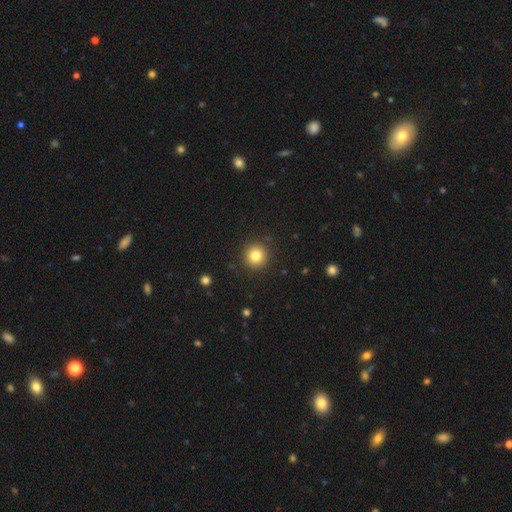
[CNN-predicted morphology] smooth 82%, star or artifact 11%, featured or disk 7%. Down the decision tree: how rounded — round (95%); merging — none (91%).